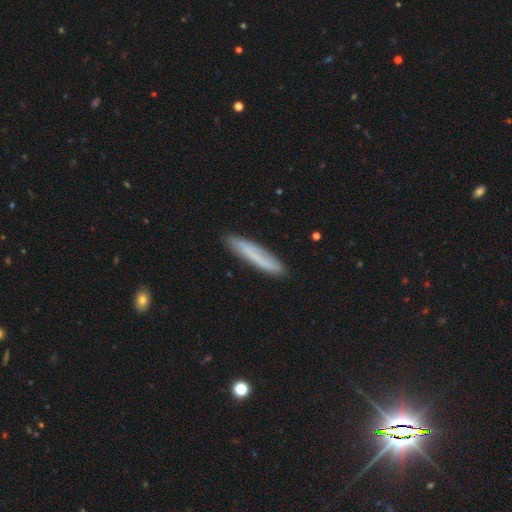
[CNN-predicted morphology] smooth-or-featured: smooth: 63% | featured or disk: 29% | star or artifact: 7%
  how-rounded: cigar-shaped: 90% | in between: 9% | round: 1%
  merging: none: 84% | minor disturbance: 12% | major disturbance: 2% | merger: 2%